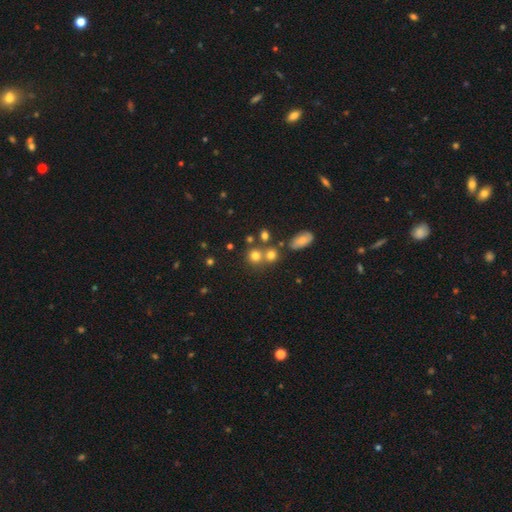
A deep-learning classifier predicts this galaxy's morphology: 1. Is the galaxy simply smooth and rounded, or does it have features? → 73% smooth, 16% star or artifact, 10% featured or disk.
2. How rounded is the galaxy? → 85% round, 14% in between, 1% cigar-shaped.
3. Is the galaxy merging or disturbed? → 55% none, 32% merger, 9% minor disturbance, 4% major disturbance.